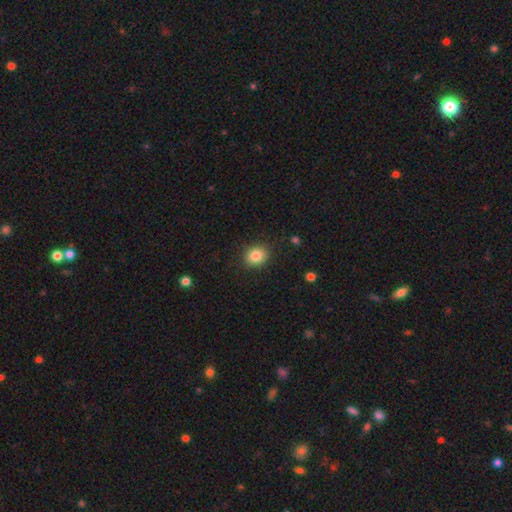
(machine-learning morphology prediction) A smooth galaxy with no disk features (84%) that is round (65%).

Vote fractions:
- Smooth or featured? smooth: 84% / star or artifact: 10% / featured or disk: 6%
- How rounded? round: 65% / in between: 34% / cigar-shaped: 1%
- Merging? none: 87% / minor disturbance: 9% / major disturbance: 2% / merger: 1%